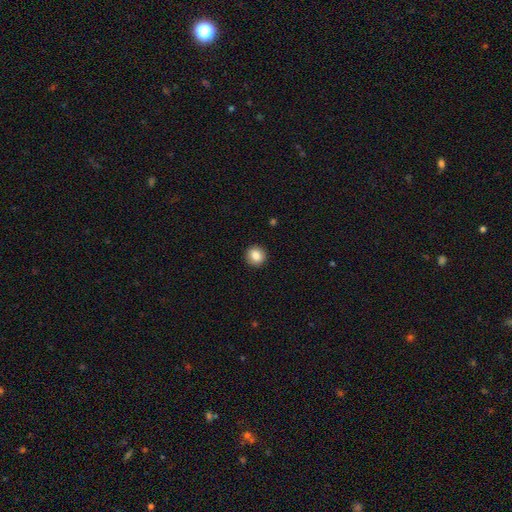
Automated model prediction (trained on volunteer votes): Smooth or featured?
  - smooth: 85% *
  - star or artifact: 9%
  - featured or disk: 6%
How rounded?
  - round: 92% *
  - in between: 7%
  - cigar-shaped: 1%
Merging?
  - none: 93% *
  - minor disturbance: 5%
  - major disturbance: 2%
  - merger: 1%